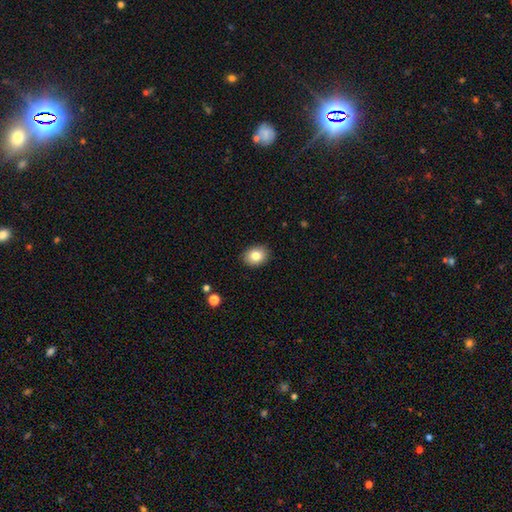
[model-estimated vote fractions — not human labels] Morphology: type=smooth (82%); roundness=in between (56%); merging=none (89%).